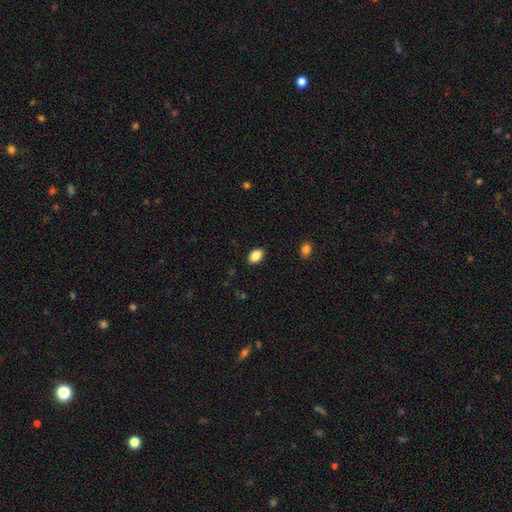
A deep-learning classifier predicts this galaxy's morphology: smooth-or-featured: smooth: 88% | star or artifact: 8% | featured or disk: 4%
  how-rounded: in between: 86% | round: 13% | cigar-shaped: 1%
  merging: none: 88% | minor disturbance: 8% | major disturbance: 2% | merger: 1%